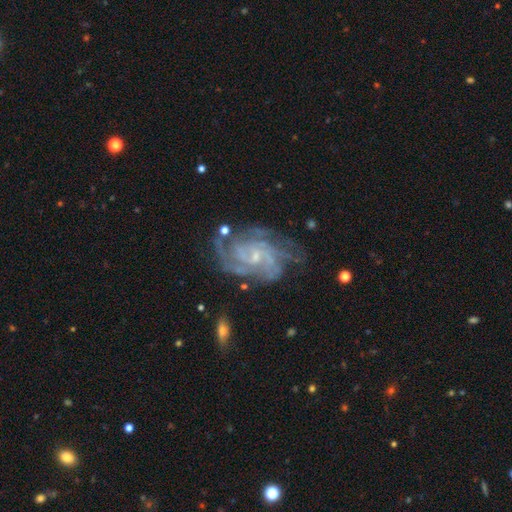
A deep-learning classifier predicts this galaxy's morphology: Q: Smooth or featured?
A: featured or disk (83%); runner-up: star or artifact (11%)
Q: Edge-on disk?
A: no (97%); runner-up: yes (3%)
Q: Bar?
A: no (60%); runner-up: weak (30%)
Q: Spiral arms?
A: yes (97%); runner-up: no (3%)
Q: Spiral winding?
A: tight (64%); runner-up: medium (31%)
Q: Spiral arm count?
A: 4 (23%); runner-up: can't tell (22%)
Q: Bulge size?
A: small (75%); runner-up: moderate (18%)
Q: Merging?
A: none (73%); runner-up: minor disturbance (16%)